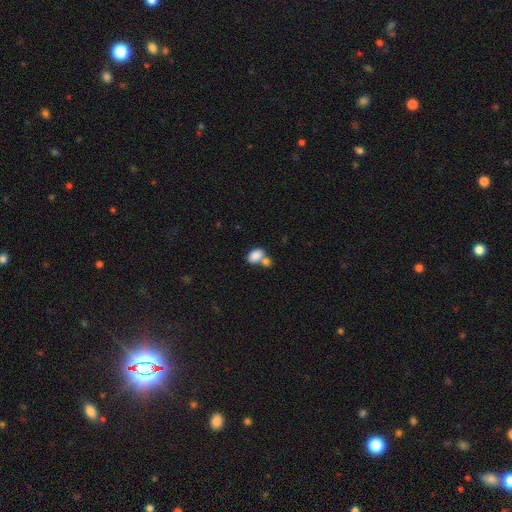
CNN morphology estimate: A smooth galaxy with no disk features (84%) that is in between round and cigar-shaped (84%). Merging: merger (52%).